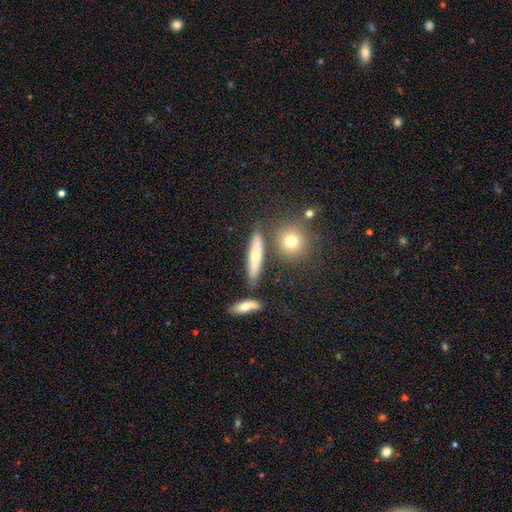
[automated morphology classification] This appears to be a smooth galaxy with no disk features (55%) that is cigar-shaped (68%). Merging: none (75%).